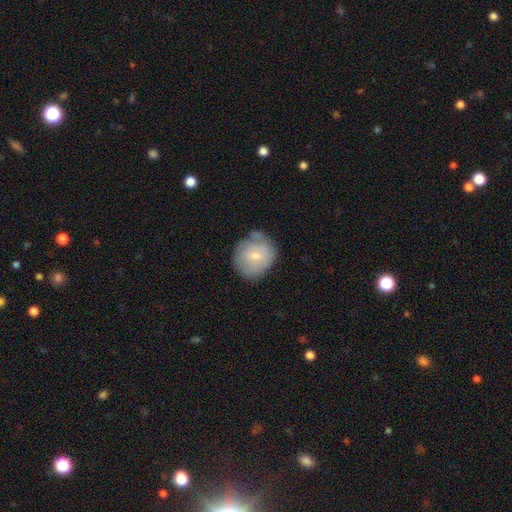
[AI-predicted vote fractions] Smooth or featured?
  - smooth: 64% *
  - featured or disk: 29%
  - star or artifact: 7%
How rounded?
  - round: 80% *
  - in between: 19%
  - cigar-shaped: 1%
Merging?
  - none: 53% *
  - minor disturbance: 30%
  - major disturbance: 10%
  - merger: 6%